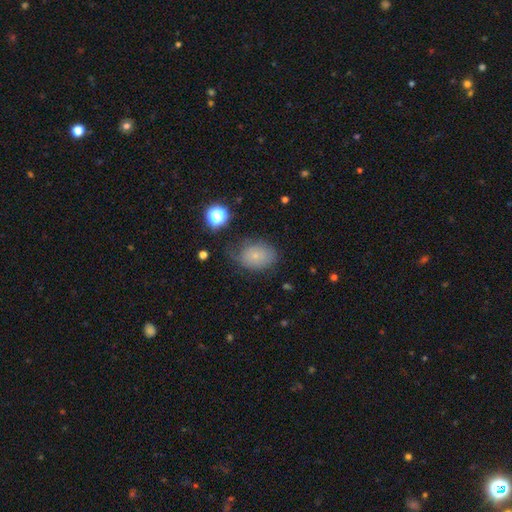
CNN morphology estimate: This appears to be a smooth galaxy with no disk features (67%) that is in between round and cigar-shaped (64%). Merging: none (51%).